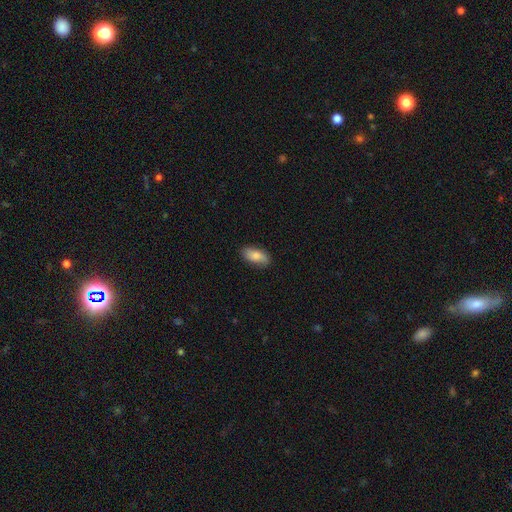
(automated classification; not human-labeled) The model was most divided on "smooth or featured": smooth: 74%, featured or disk: 19%, star or artifact: 7%. More confident: how rounded — in between (88%); merging — none (81%).